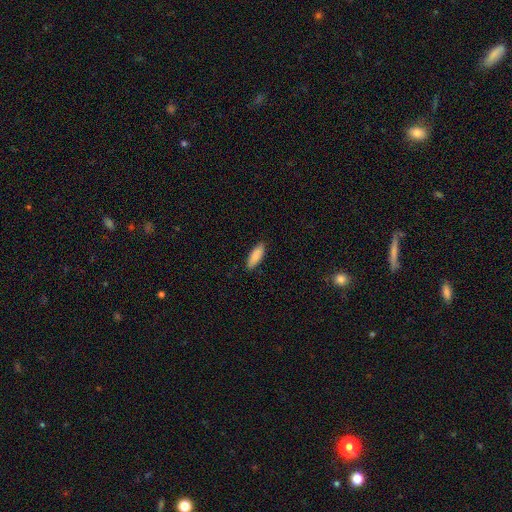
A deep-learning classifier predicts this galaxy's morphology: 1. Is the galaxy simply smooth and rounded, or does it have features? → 85% smooth, 9% featured or disk, 6% star or artifact.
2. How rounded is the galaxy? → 70% in between, 29% cigar-shaped, 2% round.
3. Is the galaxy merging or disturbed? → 88% none, 10% minor disturbance, 2% major disturbance, 1% merger.